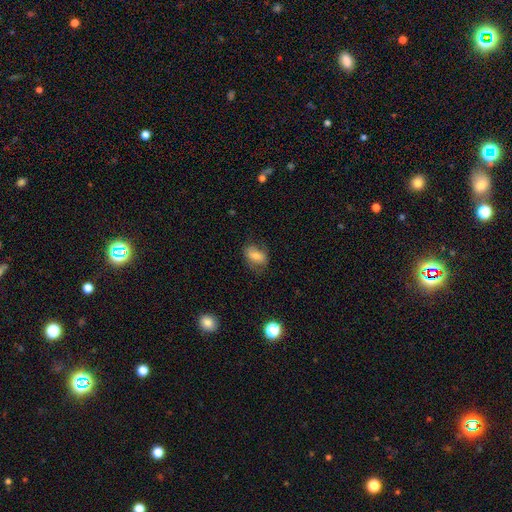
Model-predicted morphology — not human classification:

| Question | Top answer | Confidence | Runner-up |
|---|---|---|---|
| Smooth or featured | smooth | 69% | featured or disk (21%) |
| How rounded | in between | 83% | round (14%) |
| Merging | none | 65% | minor disturbance (23%) |